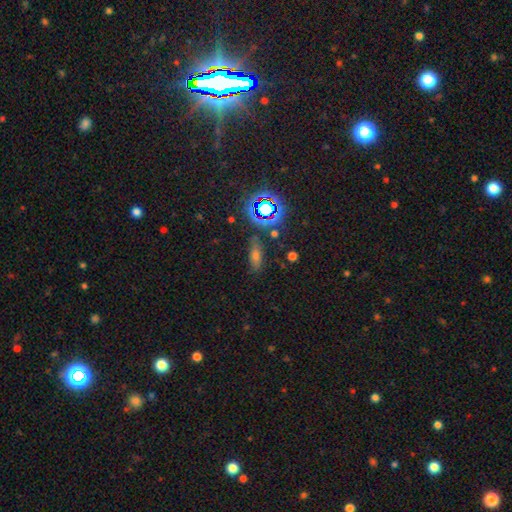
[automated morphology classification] smooth_or_featured: smooth (p=0.53) [alt: star or artifact p=0.30]
how_rounded: in between (p=0.56) [alt: cigar-shaped p=0.34]
merging: none (p=0.80) [alt: minor disturbance p=0.13]